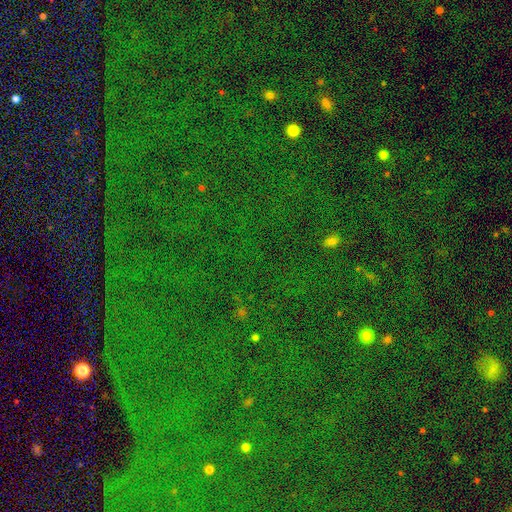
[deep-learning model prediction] Q: Smooth or featured?
A: star or artifact (82%); runner-up: smooth (11%)